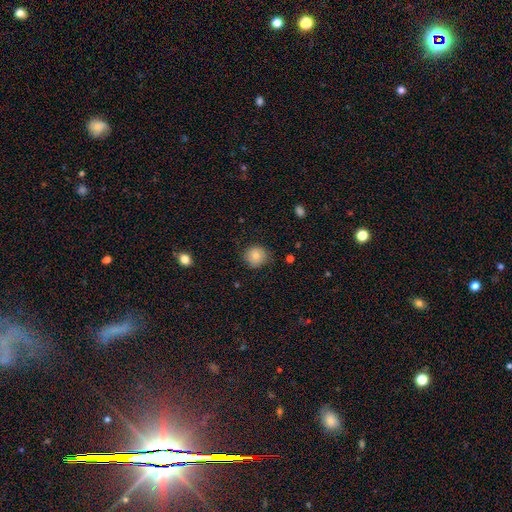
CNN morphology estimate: smooth_or_featured: smooth (p=0.80) [alt: featured or disk p=0.11]
how_rounded: round (p=0.88) [alt: in between p=0.11]
merging: none (p=0.80) [alt: minor disturbance p=0.16]